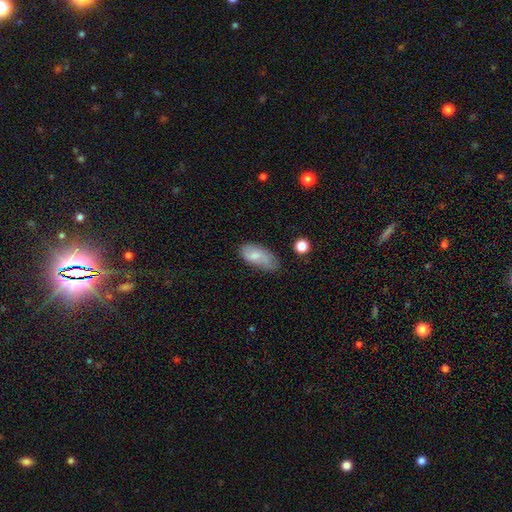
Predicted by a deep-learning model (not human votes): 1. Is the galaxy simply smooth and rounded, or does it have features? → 70% smooth, 23% featured or disk, 7% star or artifact.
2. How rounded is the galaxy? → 91% in between, 6% cigar-shaped, 3% round.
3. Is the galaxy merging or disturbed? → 46% none, 37% minor disturbance, 12% major disturbance, 4% merger.